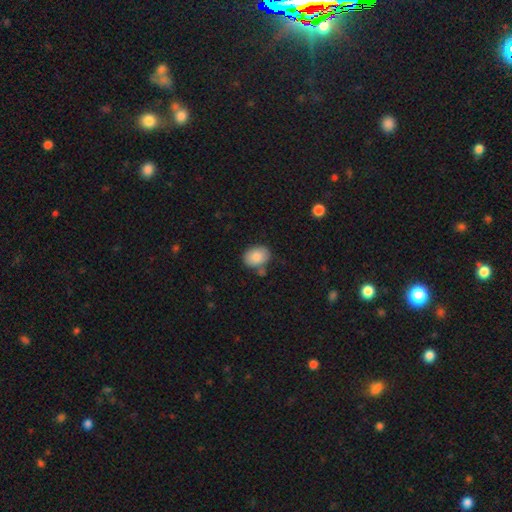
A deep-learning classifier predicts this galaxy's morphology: A smooth galaxy with no disk features (85%) that is in between round and cigar-shaped (67%). Merging: none (72%).